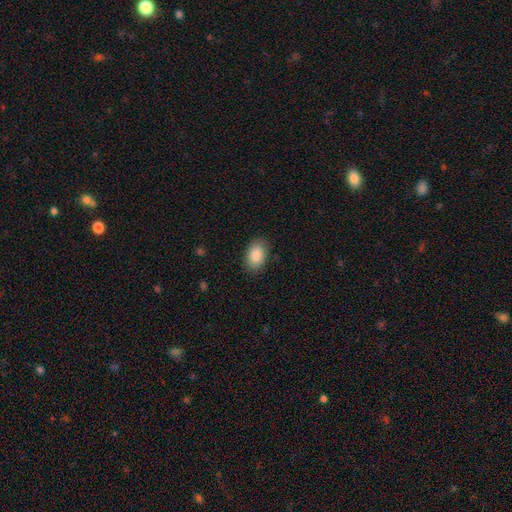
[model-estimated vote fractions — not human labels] A smooth galaxy with no disk features (87%) that is in between round and cigar-shaped (89%). Merging: none (87%).